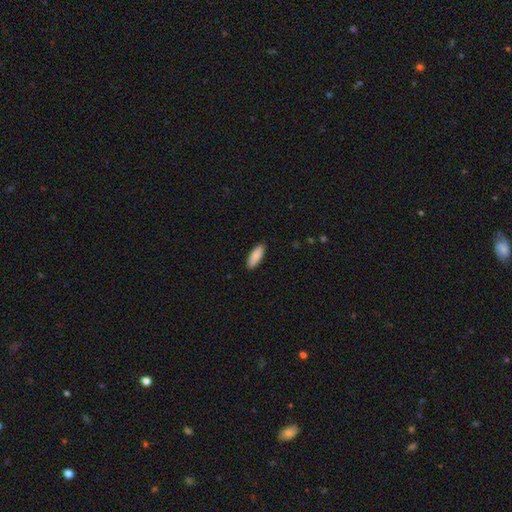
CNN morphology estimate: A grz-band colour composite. It shows a smooth galaxy with no disk features (89%) that is in between round and cigar-shaped (63%). Merging: none (88%).